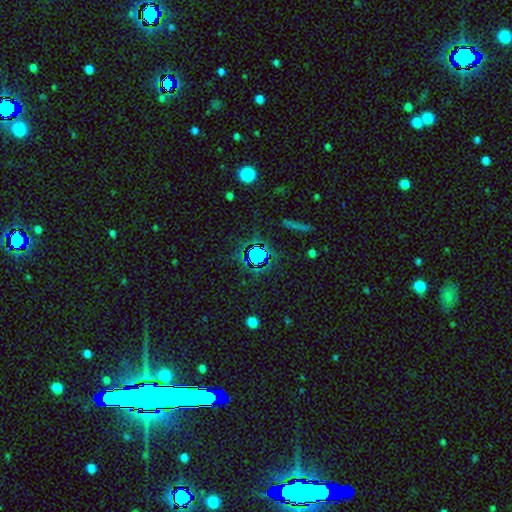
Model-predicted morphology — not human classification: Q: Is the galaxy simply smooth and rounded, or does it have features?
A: star or artifact — 67%.